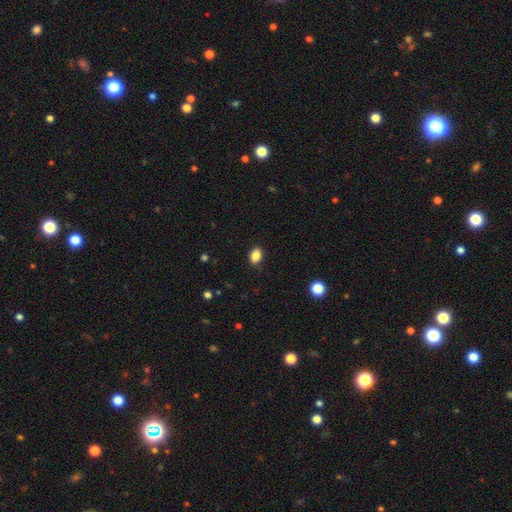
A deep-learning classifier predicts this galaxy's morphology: This appears to be a smooth galaxy with no disk features (86%) that is in between round and cigar-shaped (79%). Merging: none (87%).